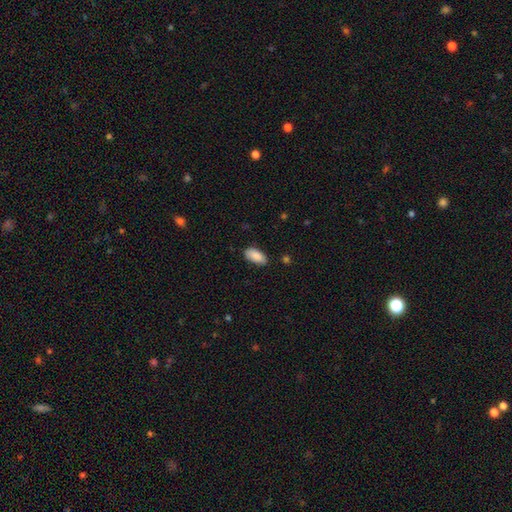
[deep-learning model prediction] The model was most divided on "merging": none: 81%, minor disturbance: 15%, major disturbance: 3%, merger: 1%. More confident: how rounded — in between (92%); smooth or featured — smooth (88%).